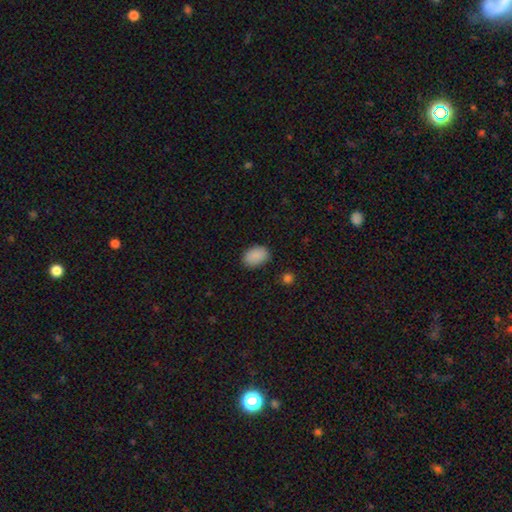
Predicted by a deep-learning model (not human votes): Overall: smooth (89%). How rounded: in between (86%). Merging: none (86%).